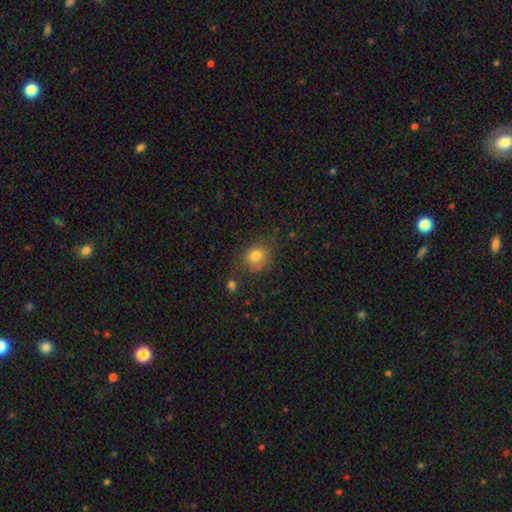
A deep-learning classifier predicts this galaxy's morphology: The model was most divided on "how rounded": round: 61%, in between: 38%, cigar-shaped: 1%. More confident: smooth or featured — smooth (75%); merging — none (61%).